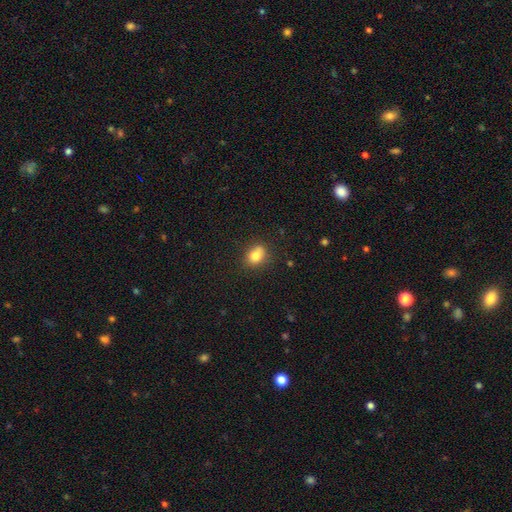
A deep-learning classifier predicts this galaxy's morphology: Smooth or featured? smooth (79%)
How rounded? round (57%)
Merging? none (70%)